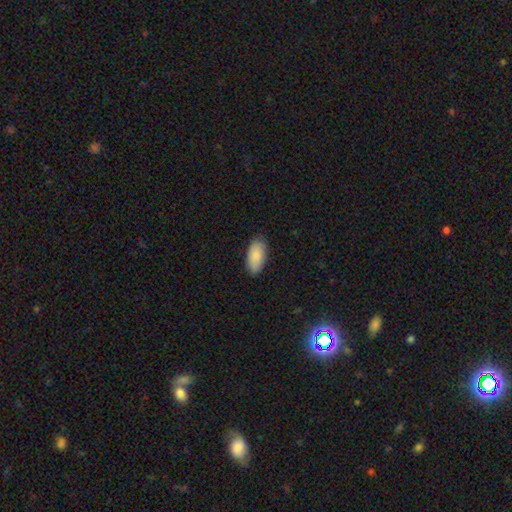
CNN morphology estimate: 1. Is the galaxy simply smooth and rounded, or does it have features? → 88% smooth, 7% featured or disk, 6% star or artifact.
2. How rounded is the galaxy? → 94% in between, 4% cigar-shaped, 2% round.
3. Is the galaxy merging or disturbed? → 85% none, 12% minor disturbance, 2% major disturbance, 1% merger.